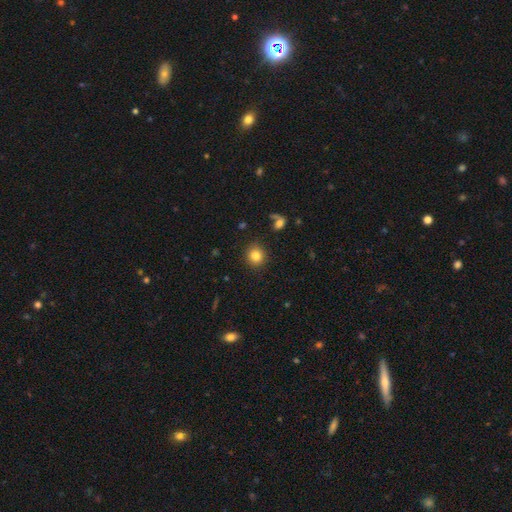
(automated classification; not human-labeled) Smooth or featured: smooth — 83% (star or artifact — 11%)
How rounded: round — 87% (in between — 12%)
Merging: none — 89% (minor disturbance — 7%)